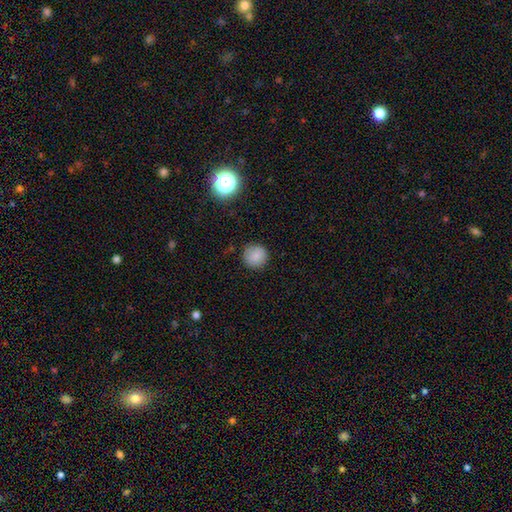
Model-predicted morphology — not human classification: smooth 85%, star or artifact 11%, featured or disk 5%. Down the decision tree: how rounded — round (94%); merging — none (89%).